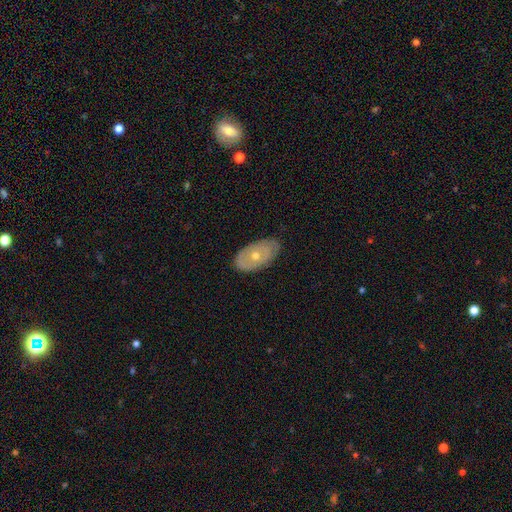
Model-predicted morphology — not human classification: The model was most divided on "smooth or featured": featured or disk: 56%, smooth: 38%, star or artifact: 7%. More confident: edge-on disk — no (88%); merging — none (77%).